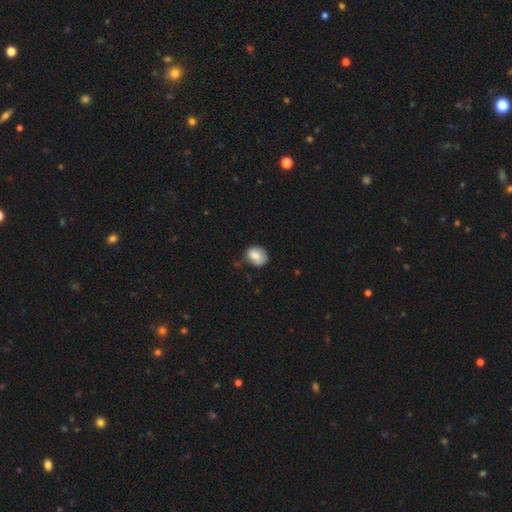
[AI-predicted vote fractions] A smooth galaxy with no disk features (78%) that is round (54%).

Vote fractions:
- Smooth or featured? smooth: 78% / featured or disk: 15% / star or artifact: 8%
- How rounded? round: 54% / in between: 45% / cigar-shaped: 1%
- Merging? none: 63% / minor disturbance: 28% / major disturbance: 6% / merger: 3%